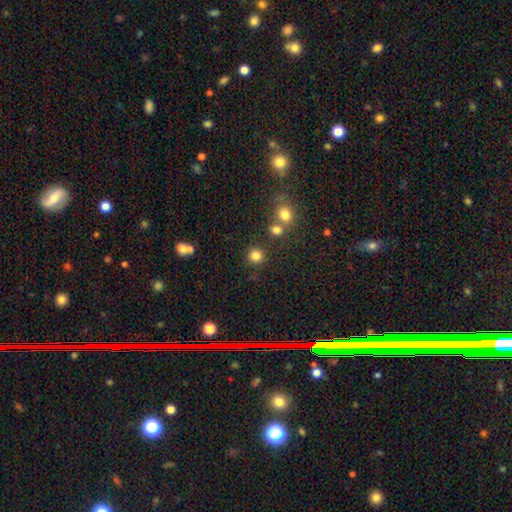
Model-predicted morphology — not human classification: smooth_or_featured: smooth (p=0.82) [alt: star or artifact p=0.13]
how_rounded: round (p=0.91) [alt: in between p=0.08]
merging: none (p=0.82) [alt: merger p=0.08]